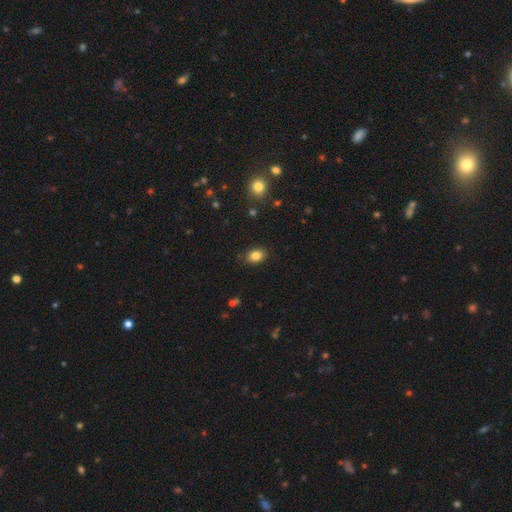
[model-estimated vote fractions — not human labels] smooth_or_featured: smooth (p=0.84) [alt: star or artifact p=0.10]
how_rounded: in between (p=0.70) [alt: round p=0.29]
merging: none (p=0.87) [alt: minor disturbance p=0.10]